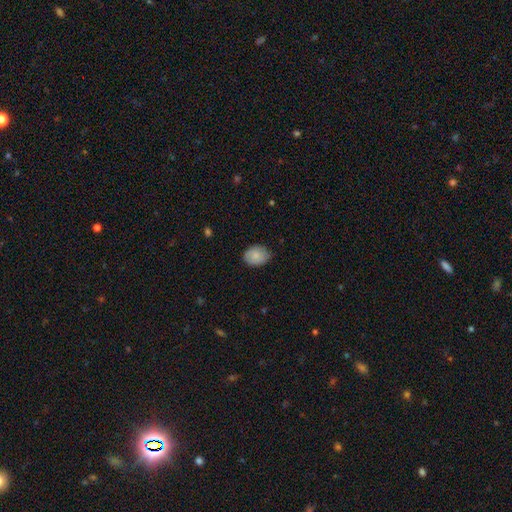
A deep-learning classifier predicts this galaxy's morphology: Q: Smooth or featured?
A: smooth (81%); runner-up: featured or disk (12%)
Q: How rounded?
A: in between (71%); runner-up: round (29%)
Q: Merging?
A: none (78%); runner-up: minor disturbance (18%)